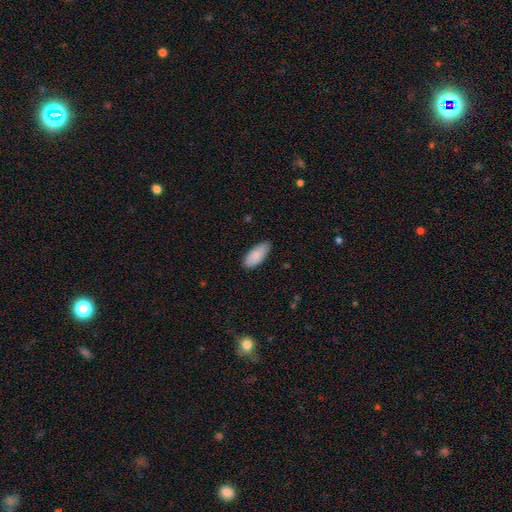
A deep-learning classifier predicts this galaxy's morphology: smooth_or_featured: smooth (p=0.88) [alt: featured or disk p=0.07]
how_rounded: in between (p=0.89) [alt: cigar-shaped p=0.09]
merging: none (p=0.78) [alt: minor disturbance p=0.19]